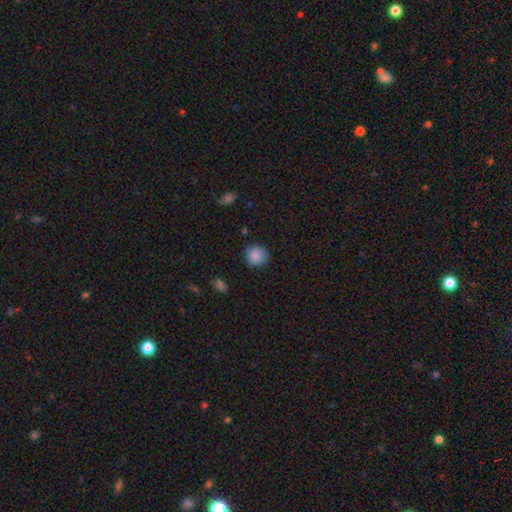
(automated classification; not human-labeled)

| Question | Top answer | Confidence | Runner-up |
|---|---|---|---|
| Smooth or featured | smooth | 87% | star or artifact (9%) |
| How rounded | round | 90% | in between (9%) |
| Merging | none | 85% | minor disturbance (11%) |